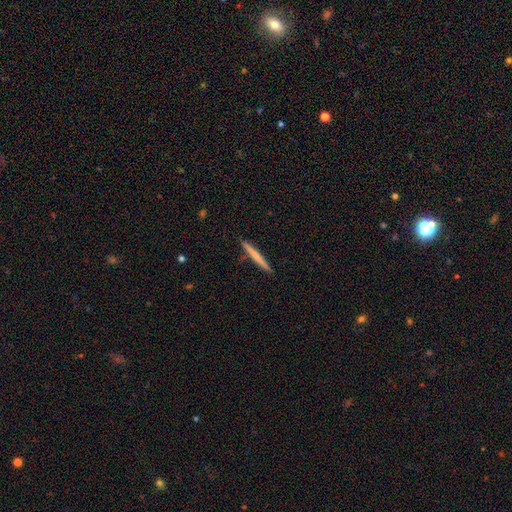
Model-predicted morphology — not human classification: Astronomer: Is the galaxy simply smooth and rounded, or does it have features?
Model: smooth — 60%.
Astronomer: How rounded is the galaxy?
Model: cigar-shaped — 97%.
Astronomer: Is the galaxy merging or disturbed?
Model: none — 91%.